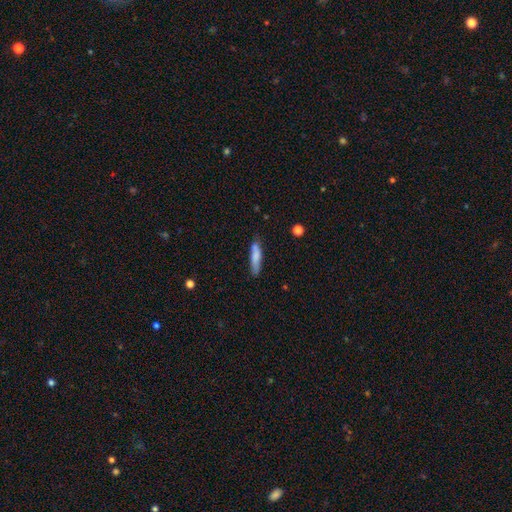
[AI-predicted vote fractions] smooth-or-featured: smooth: 78% | featured or disk: 15% | star or artifact: 7%
  how-rounded: cigar-shaped: 79% | in between: 20% | round: 2%
  merging: none: 72% | minor disturbance: 20% | major disturbance: 4% | merger: 4%